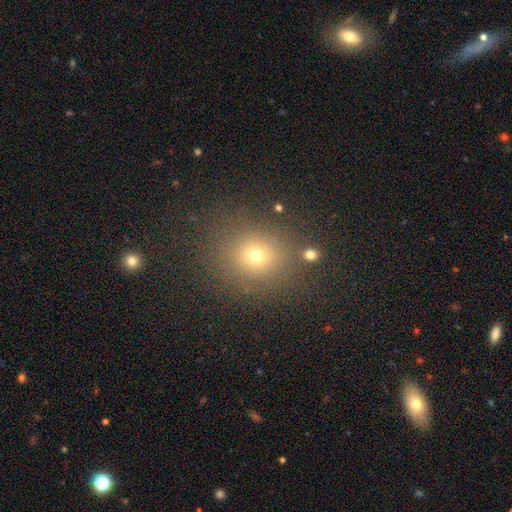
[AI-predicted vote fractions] This appears to be a smooth galaxy with no disk features (68%) that is round (78%). Merging: none (83%).